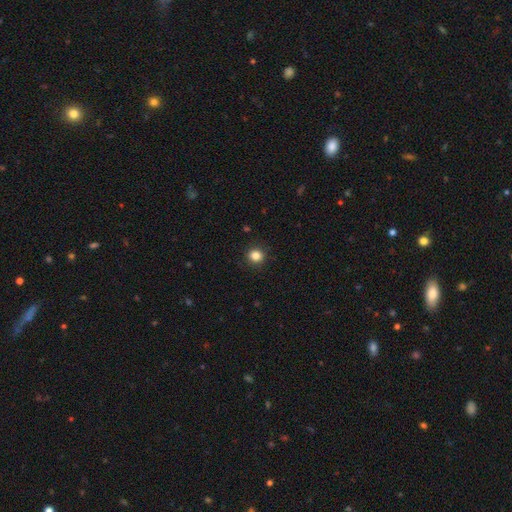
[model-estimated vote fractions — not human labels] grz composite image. It shows a smooth galaxy with no disk features (84%) that is round (87%). Merging: none (91%).